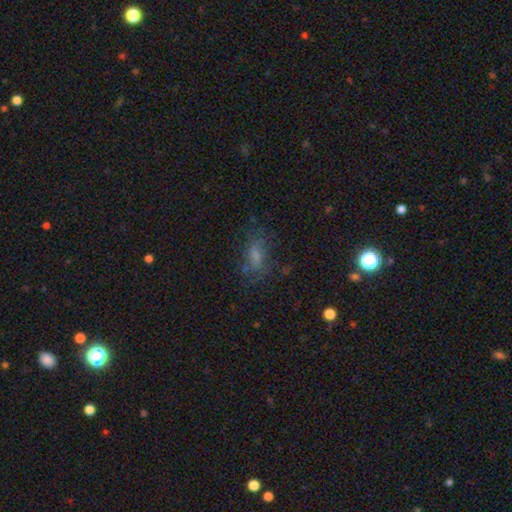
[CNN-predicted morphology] A smooth galaxy with no disk features (52%) that is in between round and cigar-shaped (73%). Merging: none (62%).